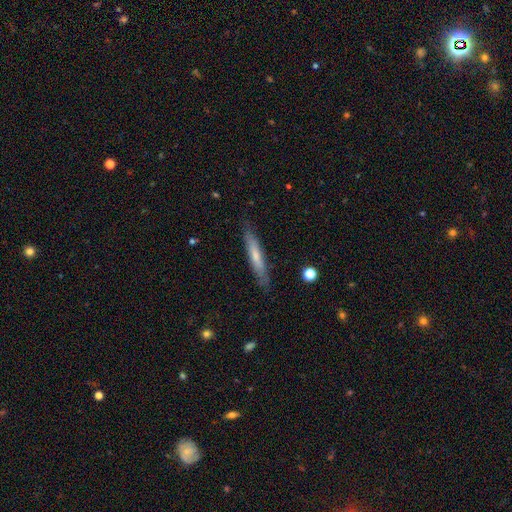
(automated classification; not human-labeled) The model was most divided on "smooth or featured": smooth: 59%, featured or disk: 35%, star or artifact: 6%. More confident: how rounded — cigar-shaped (91%); merging — none (84%).